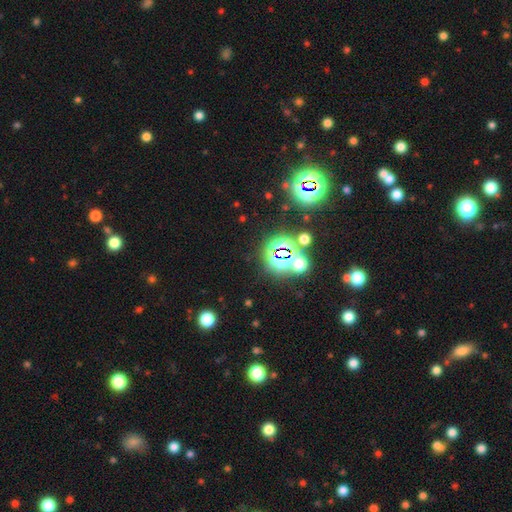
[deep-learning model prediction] Morphology: type=star or artifact (80%).